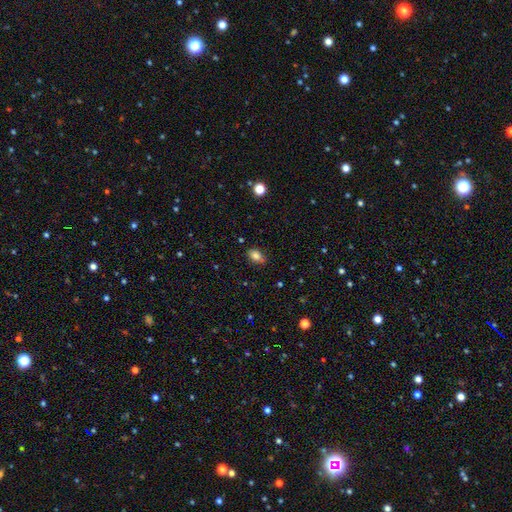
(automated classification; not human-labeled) Smooth or featured? smooth (82%)
How rounded? in between (84%)
Merging? none (79%)